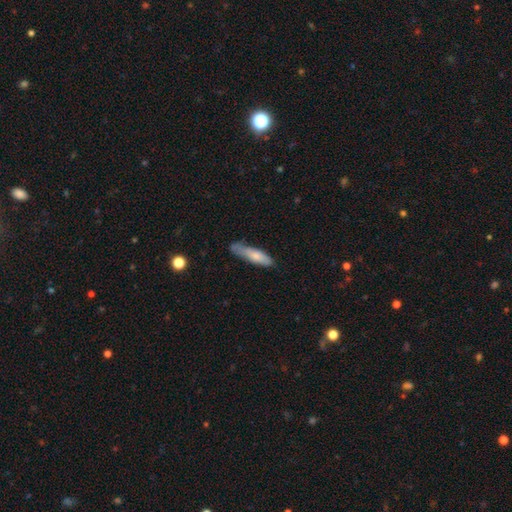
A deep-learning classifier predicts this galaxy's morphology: The model was most divided on "merging": none: 54%, minor disturbance: 33%, major disturbance: 10%, merger: 3%. More confident: how rounded — cigar-shaped (72%); smooth or featured — smooth (72%).